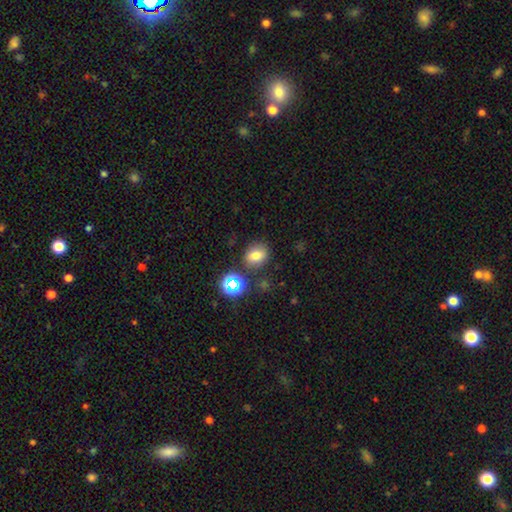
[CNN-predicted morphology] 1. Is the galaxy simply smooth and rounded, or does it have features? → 73% smooth, 17% star or artifact, 10% featured or disk.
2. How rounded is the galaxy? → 51% round, 48% in between, 1% cigar-shaped.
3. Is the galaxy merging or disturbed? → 79% none, 12% minor disturbance, 6% merger, 4% major disturbance.